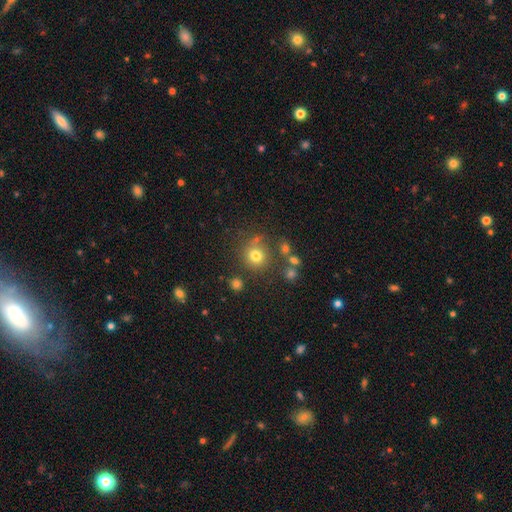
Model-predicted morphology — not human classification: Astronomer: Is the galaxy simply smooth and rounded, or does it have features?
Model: smooth — 75%.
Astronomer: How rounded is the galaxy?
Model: round — 90%.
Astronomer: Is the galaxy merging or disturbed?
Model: none — 75%.